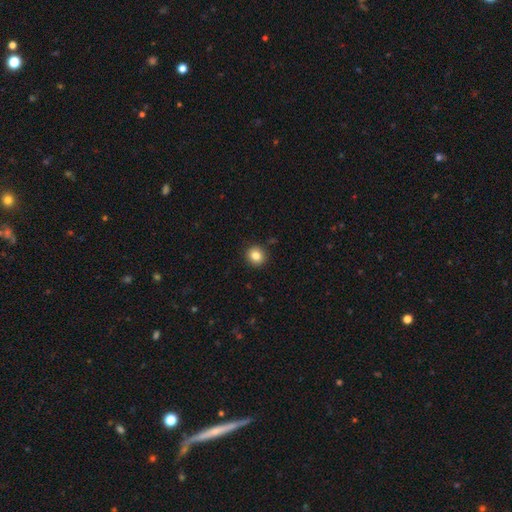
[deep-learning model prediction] This appears to be a smooth galaxy with no disk features (84%) that is round (86%). Merging: none (91%).